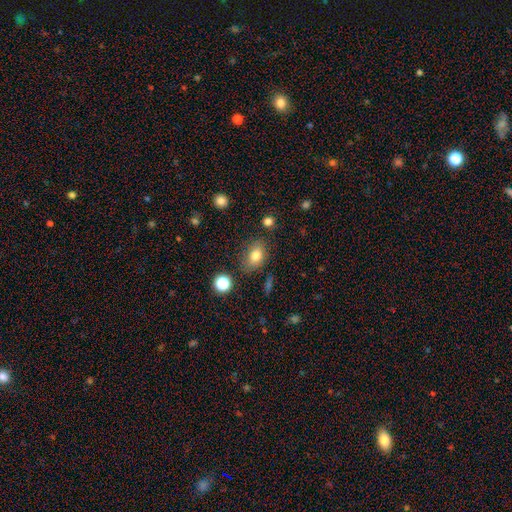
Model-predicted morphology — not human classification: This is likely a smooth galaxy (78%). How rounded: likely in between (77%). Merging: likely none (77%).